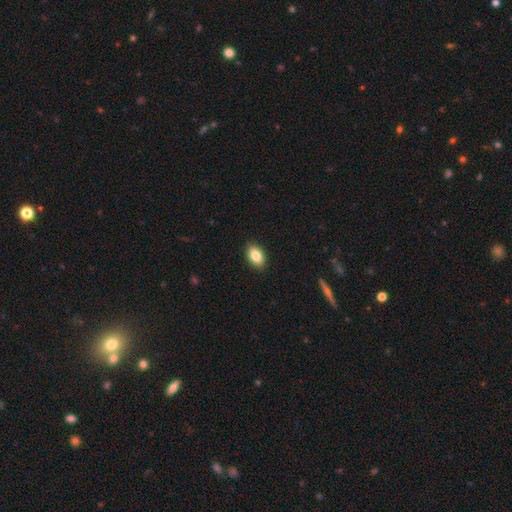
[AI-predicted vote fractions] Overall: smooth (85%). How rounded: in between (88%). Merging: none (90%).